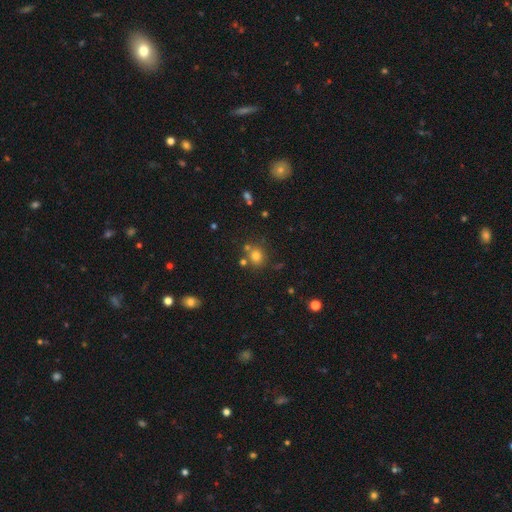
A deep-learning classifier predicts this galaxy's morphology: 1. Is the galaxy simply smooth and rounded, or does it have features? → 74% smooth, 18% star or artifact, 8% featured or disk.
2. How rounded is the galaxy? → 84% round, 16% in between, 1% cigar-shaped.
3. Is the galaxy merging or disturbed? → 71% none, 15% merger, 11% minor disturbance, 4% major disturbance.